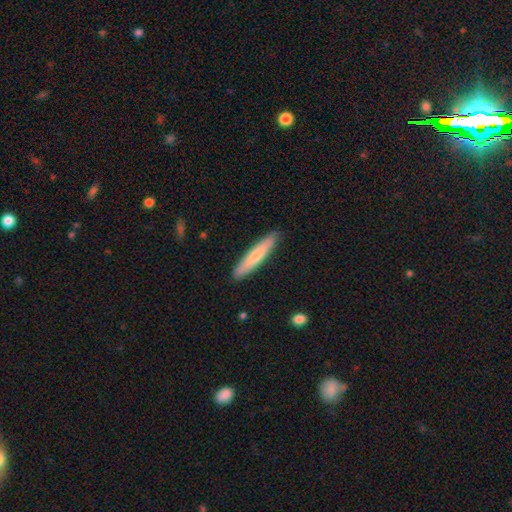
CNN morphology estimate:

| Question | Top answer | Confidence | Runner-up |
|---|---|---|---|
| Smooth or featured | smooth | 71% | featured or disk (24%) |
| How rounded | cigar-shaped | 91% | in between (8%) |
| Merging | none | 89% | minor disturbance (8%) |